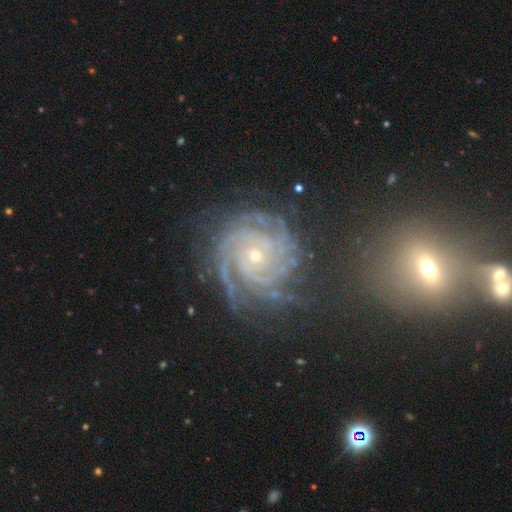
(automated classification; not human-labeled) featured or disk 89%, star or artifact 7%, smooth 4%. Down the decision tree: edge-on disk — no (98%); bar — no (75%); spiral arms — yes (98%); spiral arm count — 4 (24%); spiral winding — tight (77%); bulge size — small (76%); merging — none (70%).